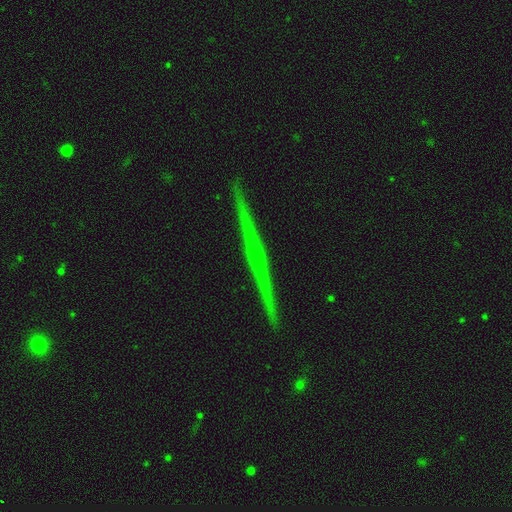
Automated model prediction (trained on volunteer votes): This is likely a featured or disk galaxy (67%). It is clearly viewed edge-on (98%). Edge-on bulge: clearly none (81%). Merging: clearly none (93%).